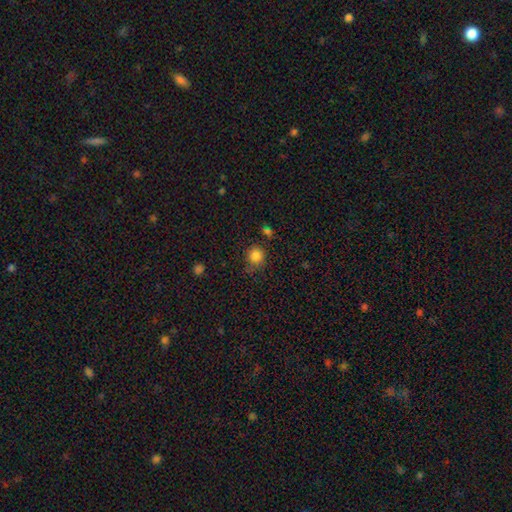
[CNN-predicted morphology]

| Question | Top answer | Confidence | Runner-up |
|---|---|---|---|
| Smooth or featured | smooth | 84% | star or artifact (12%) |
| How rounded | round | 88% | in between (11%) |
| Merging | none | 73% | minor disturbance (17%) |